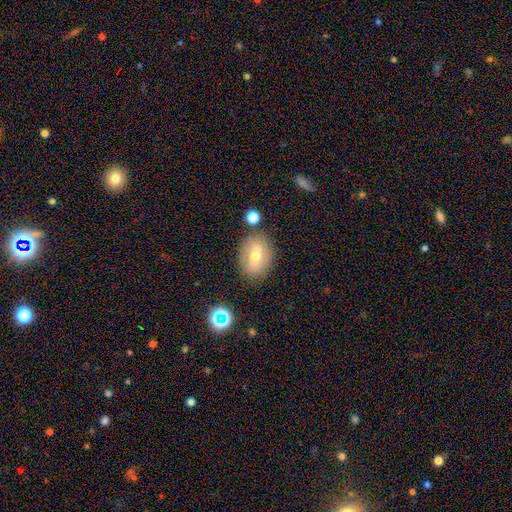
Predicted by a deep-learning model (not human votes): Smooth or featured: smooth — 55% (featured or disk — 36%)
How rounded: in between — 72% (round — 25%)
Merging: none — 79% (minor disturbance — 13%)